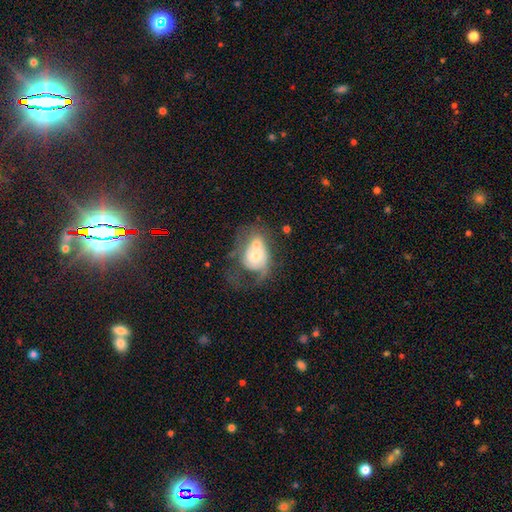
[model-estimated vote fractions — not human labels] smooth_or_featured: featured or disk (p=0.56) [alt: smooth p=0.36]
disk_edge_on: no (p=0.96) [alt: yes p=0.04]
bar: no (p=0.76) [alt: weak p=0.20]
has_spiral_arms: yes (p=0.59) [alt: no p=0.41]
bulge_size: moderate (p=0.45) [alt: small p=0.40]
merging: major disturbance (p=0.34) [alt: merger p=0.29]